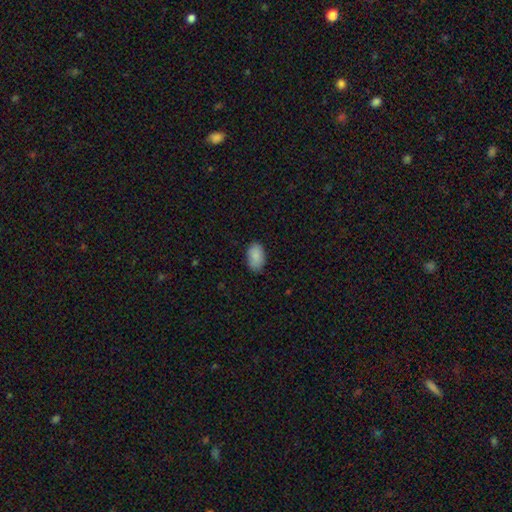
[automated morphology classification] Smooth or featured? smooth (89%)
How rounded? in between (92%)
Merging? none (81%)